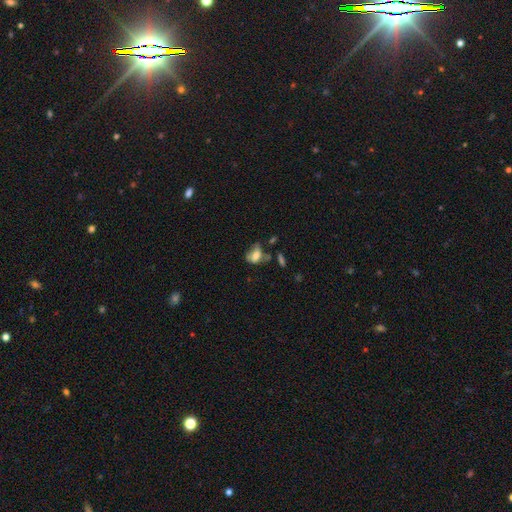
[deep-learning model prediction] smooth_or_featured: smooth (p=0.60) [alt: featured or disk p=0.28]
how_rounded: in between (p=0.79) [alt: round p=0.17]
merging: none (p=0.30) [alt: major disturbance p=0.27]